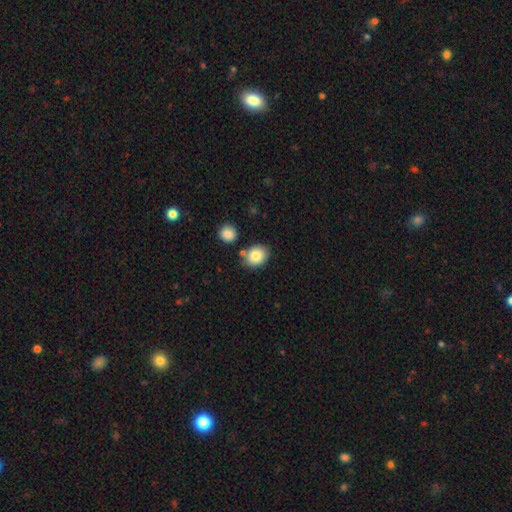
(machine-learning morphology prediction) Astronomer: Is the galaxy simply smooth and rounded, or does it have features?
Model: smooth — 84%.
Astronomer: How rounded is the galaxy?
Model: in between — 54% (runner-up: round, 45%).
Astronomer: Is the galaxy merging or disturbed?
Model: none — 74%.